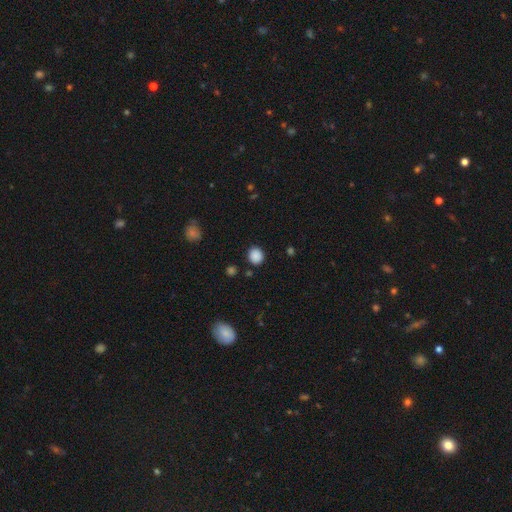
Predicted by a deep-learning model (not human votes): This appears to be a smooth galaxy with no disk features (87%) that is round (81%). Merging: none (87%).